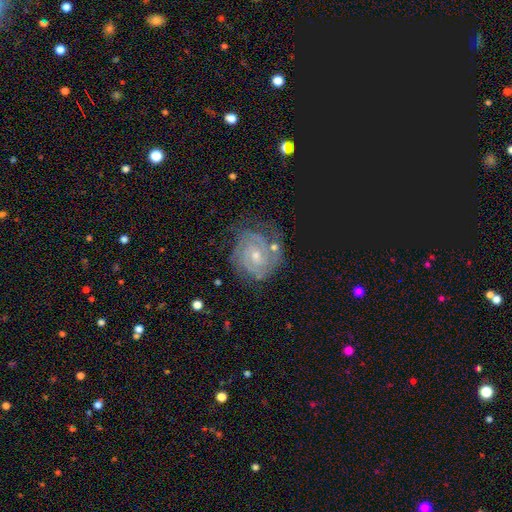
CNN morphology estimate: A featured or disk galaxy (87%) with no bar (52%), 2 (51%) tight (78%) spiral arms (98%) and a small central bulge (61%). Merging: none (73%).